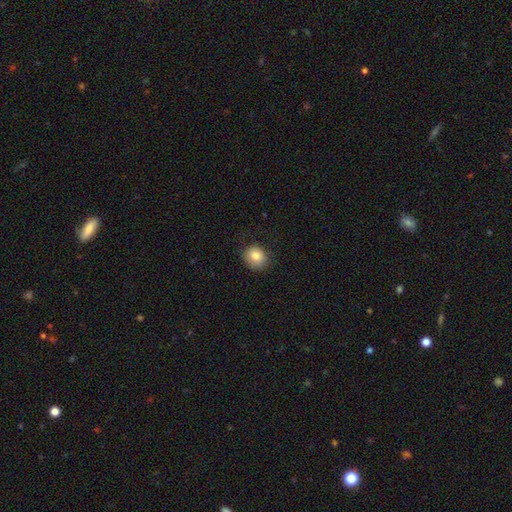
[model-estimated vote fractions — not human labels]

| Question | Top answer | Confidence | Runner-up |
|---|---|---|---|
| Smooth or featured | smooth | 83% | star or artifact (9%) |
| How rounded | round | 75% | in between (24%) |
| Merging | none | 75% | minor disturbance (18%) |